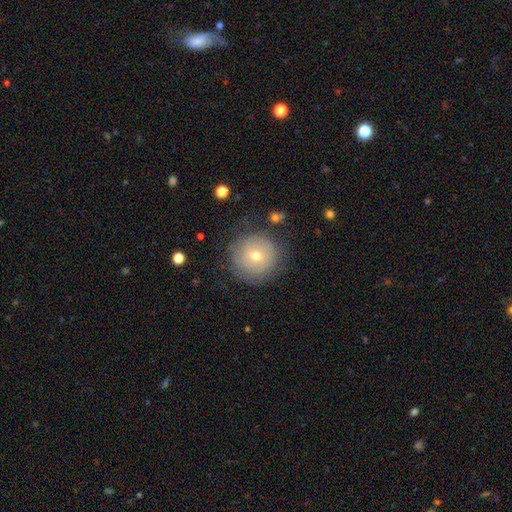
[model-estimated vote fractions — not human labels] Q: Smooth or featured?
A: smooth (54%); runner-up: featured or disk (36%)
Q: How rounded?
A: round (94%); runner-up: in between (5%)
Q: Merging?
A: none (77%); runner-up: minor disturbance (15%)